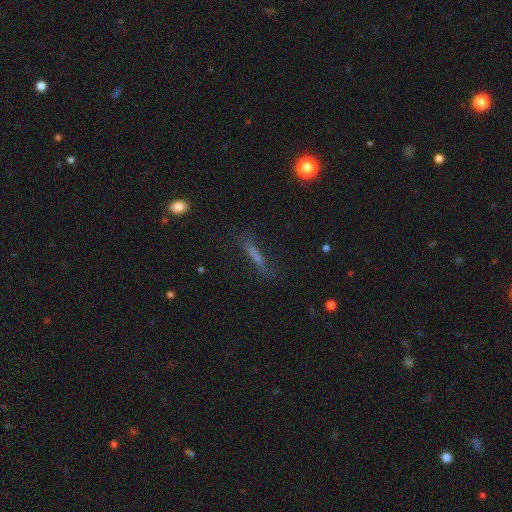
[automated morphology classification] type=smooth (57%); roundness=cigar-shaped (90%); merging=none (69%).